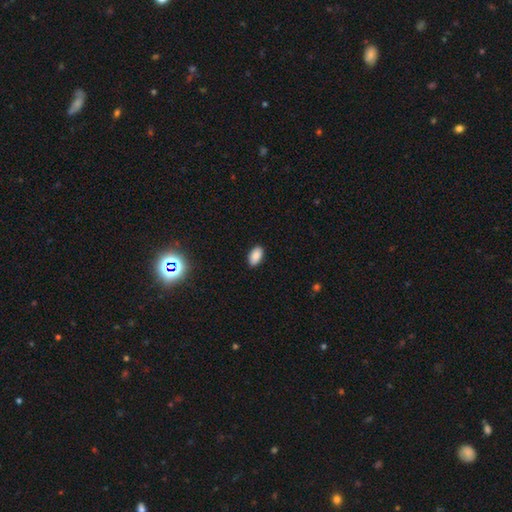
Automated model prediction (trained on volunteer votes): Smooth or featured?
  - smooth: 88% *
  - star or artifact: 8%
  - featured or disk: 3%
How rounded?
  - in between: 94% *
  - round: 4%
  - cigar-shaped: 2%
Merging?
  - none: 89% *
  - minor disturbance: 8%
  - major disturbance: 2%
  - merger: 1%